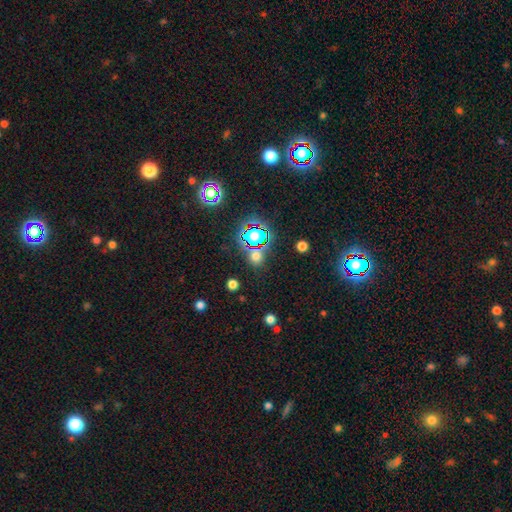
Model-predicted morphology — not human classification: smooth_or_featured: smooth (p=0.52) [alt: star or artifact p=0.40]
how_rounded: round (p=0.83) [alt: in between p=0.15]
merging: none (p=0.78) [alt: minor disturbance p=0.09]